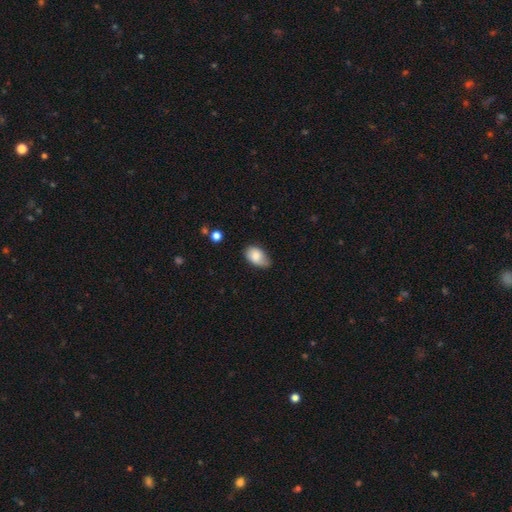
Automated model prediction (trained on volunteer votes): A smooth galaxy with no disk features (78%) that is in between round and cigar-shaped (90%). Merging: none (58%).